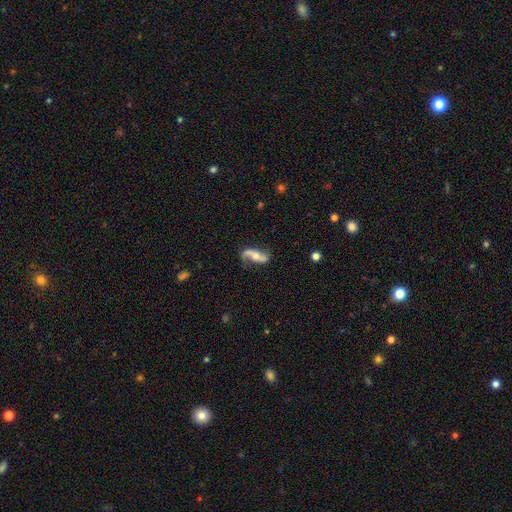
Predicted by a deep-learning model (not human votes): smooth-or-featured: featured or disk: 82% | smooth: 12% | star or artifact: 6%
  disk-edge-on: no: 92% | yes: 8%
    bar: no: 52% | weak: 29% | strong: 19%
    has-spiral-arms: yes: 94% | no: 6%
      spiral-winding: loose: 78% | medium: 17% | tight: 5%
      spiral-arm-count: 2: 89% | 1: 5% | can't tell: 2% | 3: 1% | 4: 1% | more than 4: 1%
    bulge-size: moderate: 61% | small: 28% | large: 6% | none: 3% | dominant: 1%
  merging: none: 69% | minor disturbance: 18% | major disturbance: 10% | merger: 3%